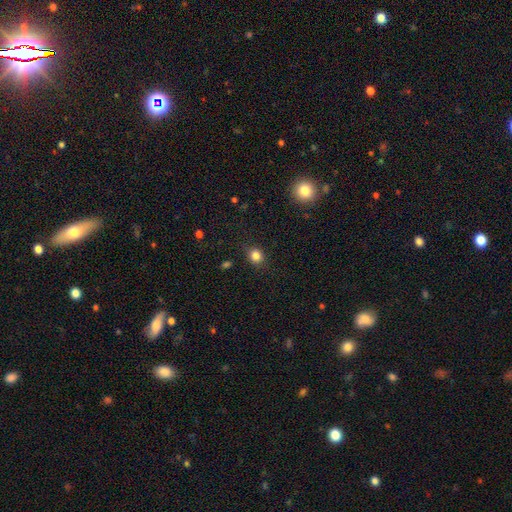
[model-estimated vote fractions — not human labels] This appears to be a smooth galaxy with no disk features (83%) that is round (72%). Merging: none (85%).